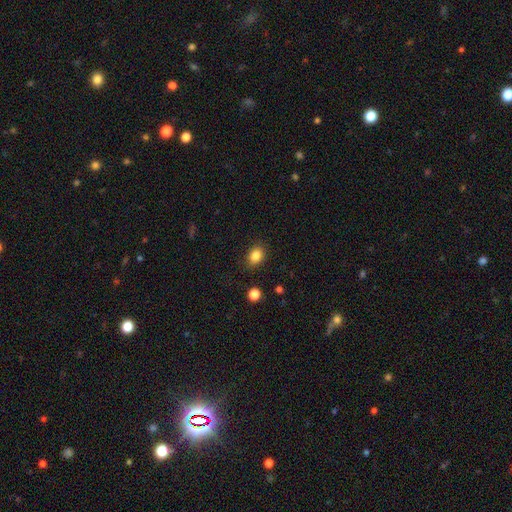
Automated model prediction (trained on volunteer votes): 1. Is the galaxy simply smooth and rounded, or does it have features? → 85% smooth, 10% star or artifact, 5% featured or disk.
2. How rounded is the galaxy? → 61% in between, 38% round, 1% cigar-shaped.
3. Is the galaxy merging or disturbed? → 86% none, 10% minor disturbance, 3% major disturbance, 2% merger.